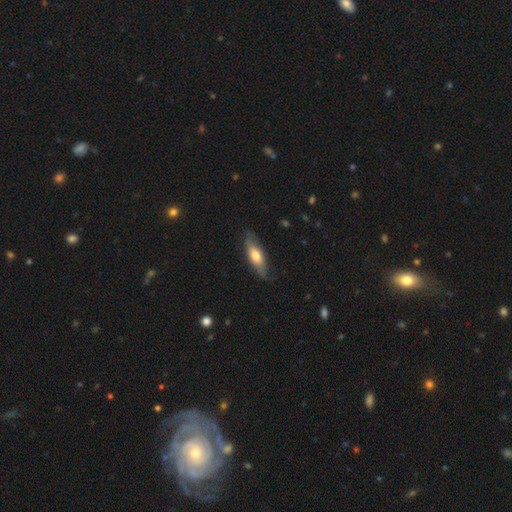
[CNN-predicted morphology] The model was most divided on "how rounded": in between: 54%, cigar-shaped: 44%, round: 2%. More confident: merging — none (75%); smooth or featured — smooth (58%).